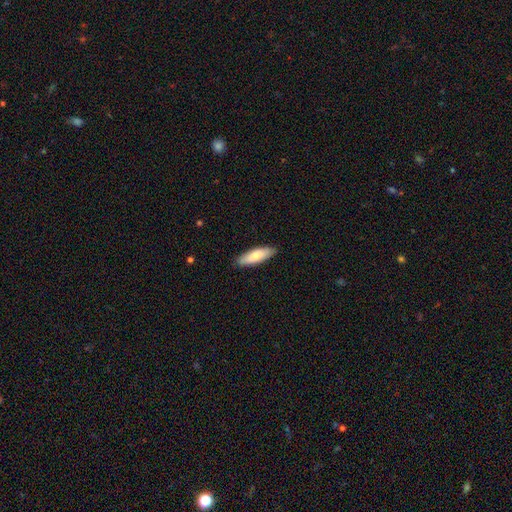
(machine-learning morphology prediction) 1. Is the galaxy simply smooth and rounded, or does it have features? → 77% smooth, 18% featured or disk, 5% star or artifact.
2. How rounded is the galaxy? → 52% in between, 47% cigar-shaped, 2% round.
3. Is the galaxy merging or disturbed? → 87% none, 10% minor disturbance, 2% major disturbance, 1% merger.